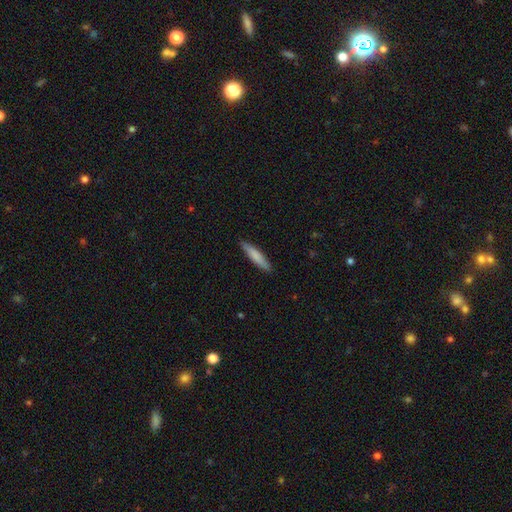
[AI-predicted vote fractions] A smooth galaxy with no disk features (79%) that is cigar-shaped (86%).

Vote fractions:
- Smooth or featured? smooth: 79% / featured or disk: 16% / star or artifact: 5%
- How rounded? cigar-shaped: 86% / in between: 13% / round: 1%
- Merging? none: 89% / minor disturbance: 9% / major disturbance: 2% / merger: 1%